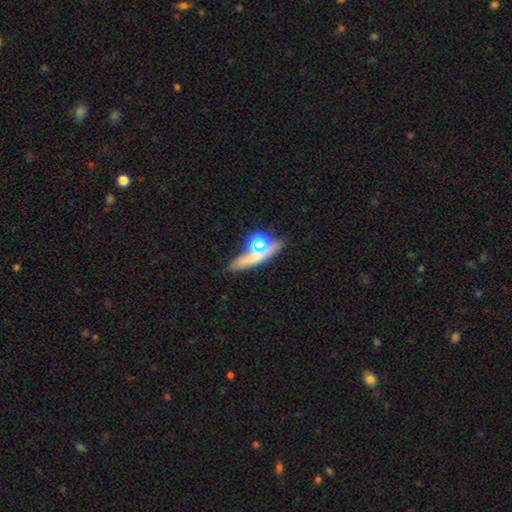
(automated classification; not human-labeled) Smooth or featured? Predicted: smooth (p=0.47). Merging? Predicted: none (p=0.39).